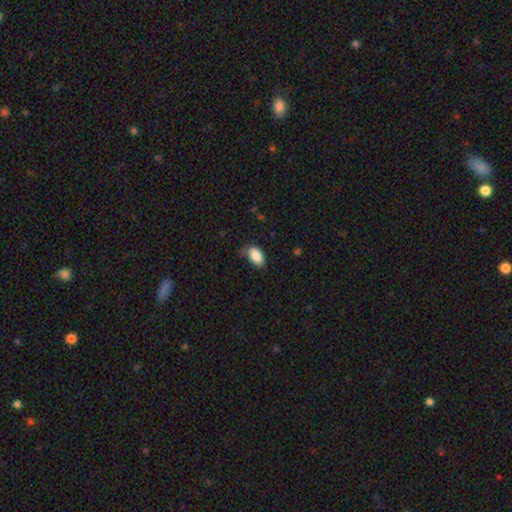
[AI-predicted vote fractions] Smooth or featured: smooth — 86% (star or artifact — 8%)
How rounded: in between — 93% (round — 5%)
Merging: none — 65% (minor disturbance — 28%)